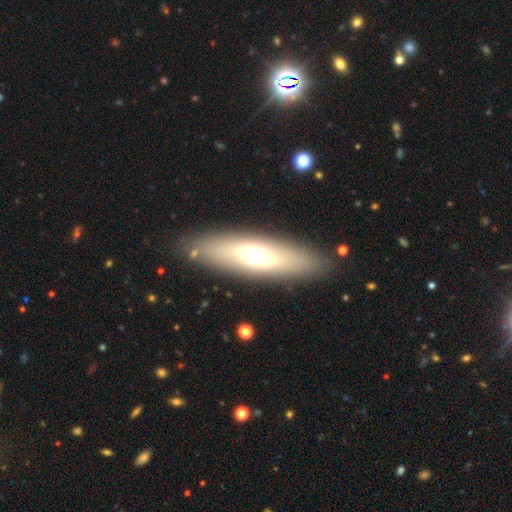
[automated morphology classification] A smooth galaxy with no disk features (53%) that is cigar-shaped (54%). Merging: none (86%).